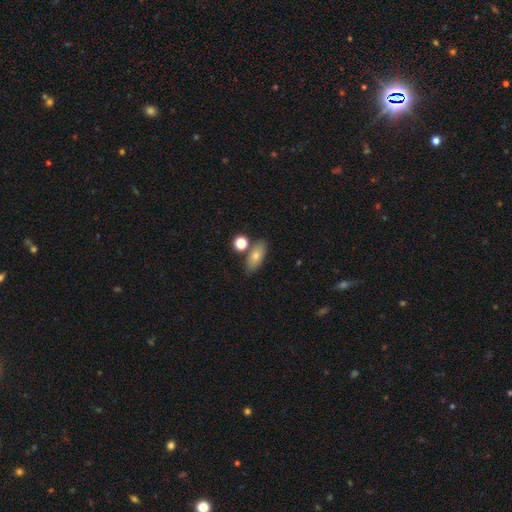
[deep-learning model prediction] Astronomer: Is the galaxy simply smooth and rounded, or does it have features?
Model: smooth — 76%.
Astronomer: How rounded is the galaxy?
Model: in between — 78%.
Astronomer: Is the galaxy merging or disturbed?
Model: none — 72%.